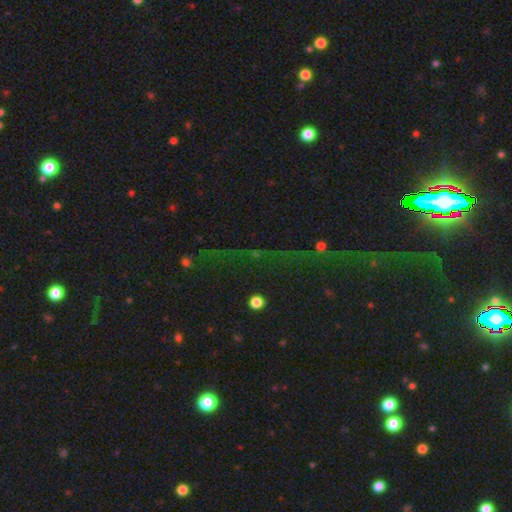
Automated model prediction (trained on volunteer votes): This appears to be a star or artifact, not a galaxy (78%).